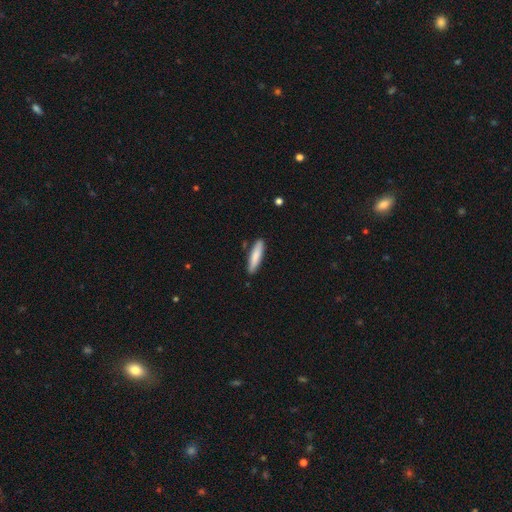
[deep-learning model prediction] A smooth galaxy with no disk features (81%) that is cigar-shaped (81%).

Vote fractions:
- Smooth or featured? smooth: 81% / featured or disk: 13% / star or artifact: 5%
- How rounded? cigar-shaped: 81% / in between: 18% / round: 1%
- Merging? none: 86% / minor disturbance: 10% / merger: 2% / major disturbance: 2%